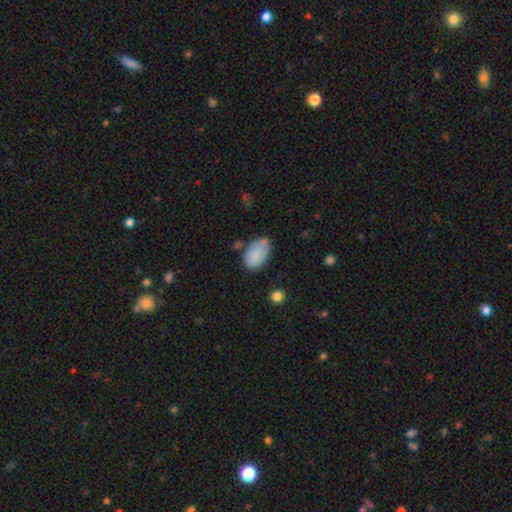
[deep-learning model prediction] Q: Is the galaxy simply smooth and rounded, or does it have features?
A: smooth — 82%.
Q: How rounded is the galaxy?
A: in between — 94%.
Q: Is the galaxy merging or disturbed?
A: none — 62%.